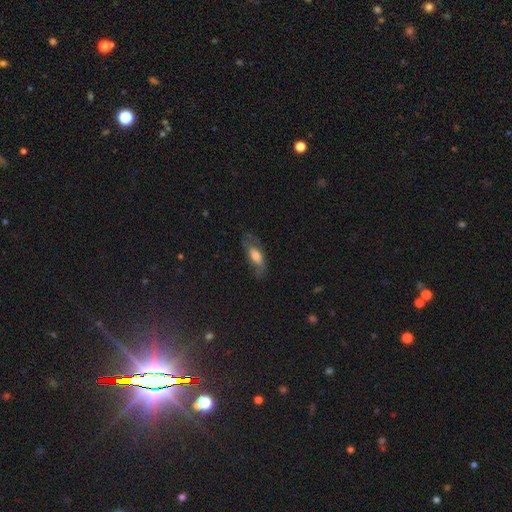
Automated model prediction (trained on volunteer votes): Q: Smooth or featured?
A: smooth (51%); runner-up: featured or disk (40%)
Q: How rounded?
A: in between (74%); runner-up: cigar-shaped (23%)
Q: Merging?
A: none (61%); runner-up: minor disturbance (22%)